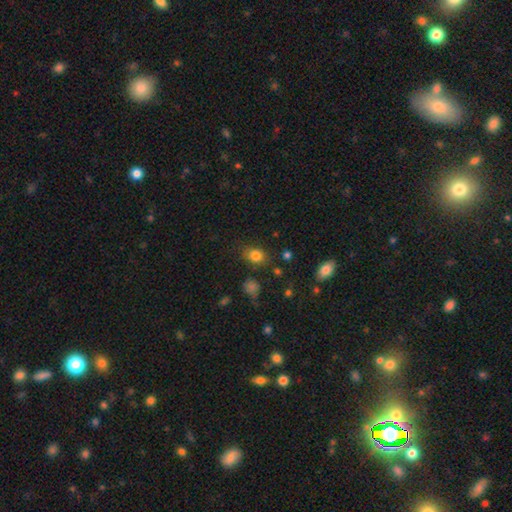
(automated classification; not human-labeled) Morphology: type=smooth (81%); roundness=in between (54%); merging=none (76%).